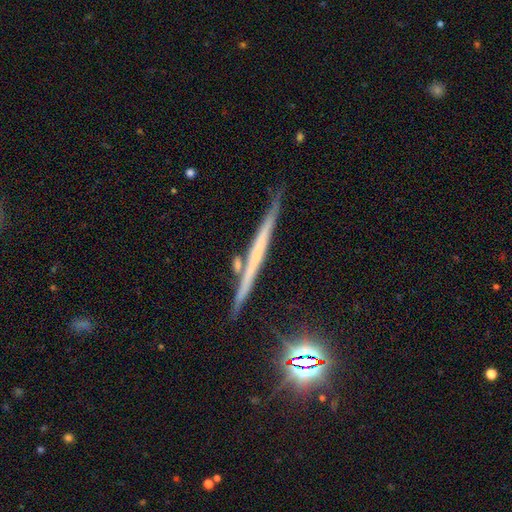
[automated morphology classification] Smooth or featured: featured or disk — 56% (smooth — 30%)
Edge-on disk: yes — 97% (no — 3%)
Edge-on bulge: none — 86% (rounded — 9%)
Merging: none — 84% (minor disturbance — 10%)